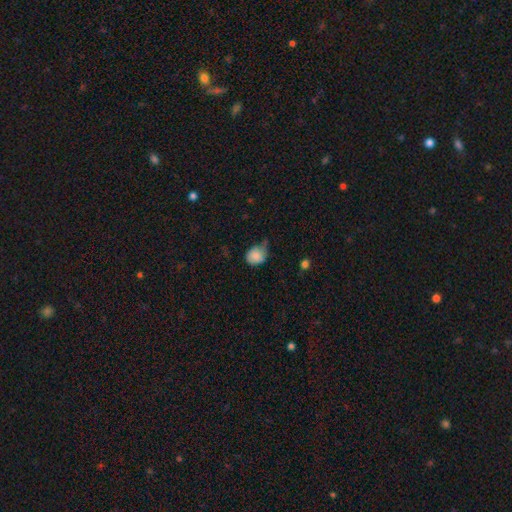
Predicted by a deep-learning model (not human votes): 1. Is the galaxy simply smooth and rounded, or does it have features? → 84% smooth, 8% star or artifact, 8% featured or disk.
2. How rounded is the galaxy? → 63% round, 36% in between, 1% cigar-shaped.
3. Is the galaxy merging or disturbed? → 43% minor disturbance, 40% none, 13% major disturbance, 4% merger.